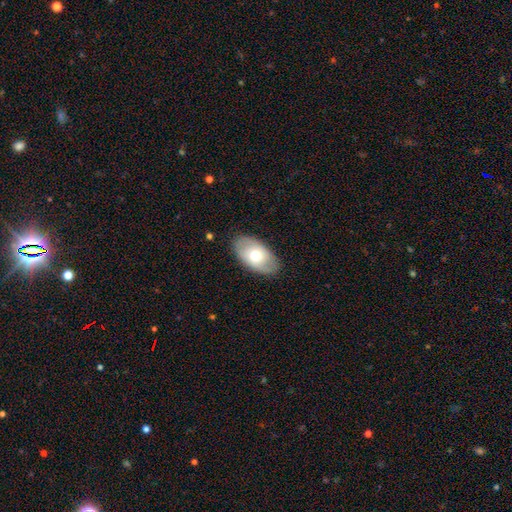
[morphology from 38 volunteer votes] smooth_or_featured: smooth (p=0.61) [alt: featured or disk p=0.39]
how_rounded: in between (p=0.91) [alt: round p=0.09]
merging: none (p=0.76) [alt: minor disturbance p=0.18]